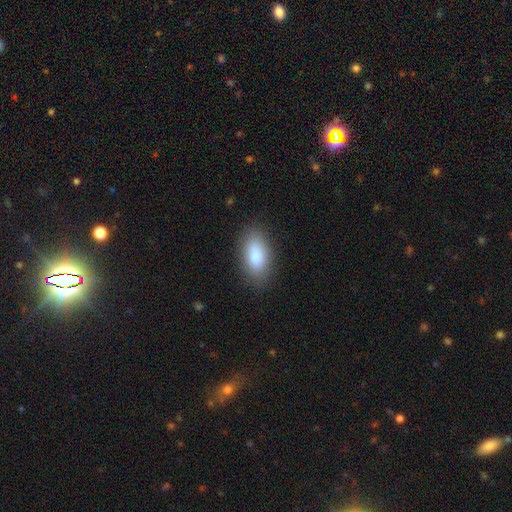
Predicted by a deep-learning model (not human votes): A smooth galaxy with no disk features (84%) that is in between round and cigar-shaped (90%). Merging: none (84%).